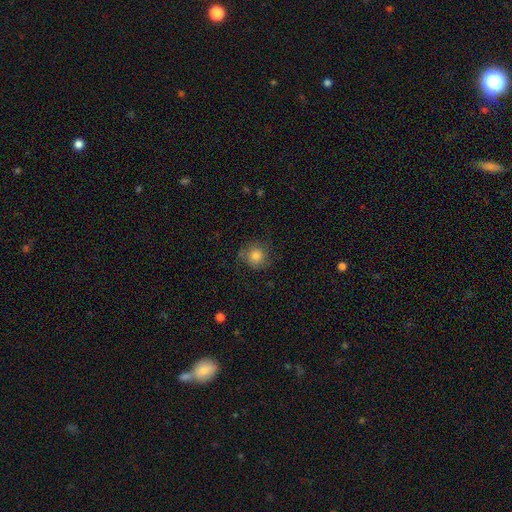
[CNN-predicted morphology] The model was most divided on "merging": none: 73%, minor disturbance: 18%, major disturbance: 8%, merger: 1%. More confident: how rounded — round (90%); smooth or featured — smooth (75%).